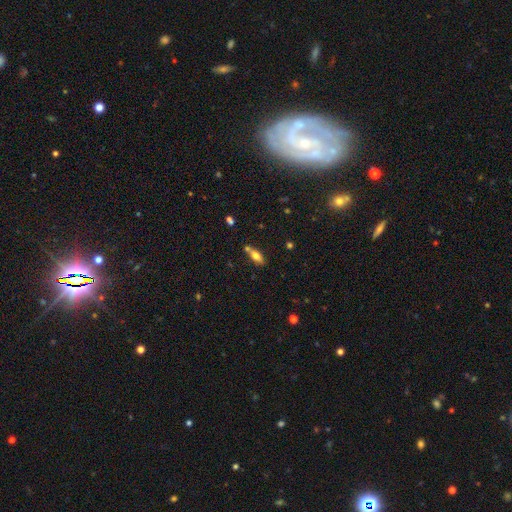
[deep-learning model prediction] smooth 69%, featured or disk 23%, star or artifact 9%. Down the decision tree: how rounded — in between (72%); merging — none (62%).